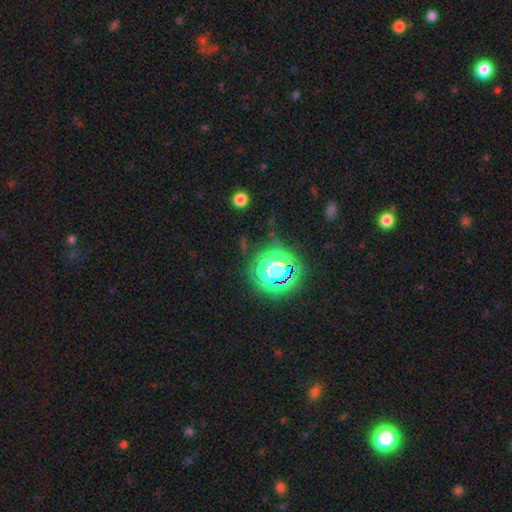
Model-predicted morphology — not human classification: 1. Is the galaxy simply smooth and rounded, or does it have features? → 76% star or artifact, 16% smooth, 8% featured or disk.